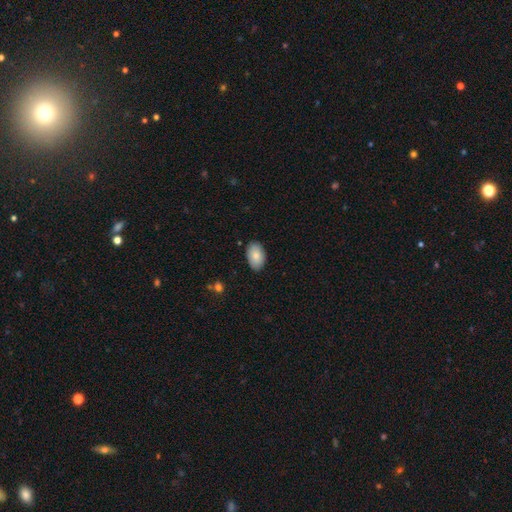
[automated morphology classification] The model was most divided on "smooth or featured": smooth: 84%, featured or disk: 10%, star or artifact: 6%. More confident: how rounded — in between (92%); merging — none (85%).